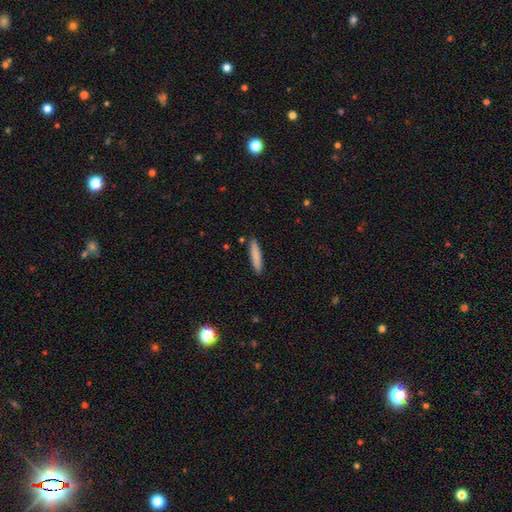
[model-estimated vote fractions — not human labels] Smooth or featured? smooth (84%)
How rounded? cigar-shaped (87%)
Merging? none (90%)